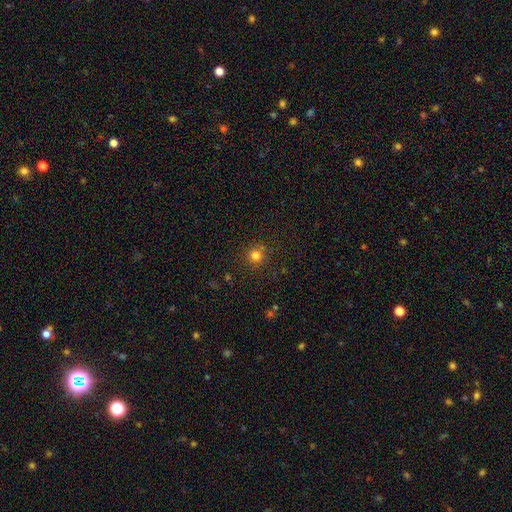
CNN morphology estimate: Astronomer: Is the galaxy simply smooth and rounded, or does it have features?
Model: smooth — 78%.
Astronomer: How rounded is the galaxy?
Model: round — 93%.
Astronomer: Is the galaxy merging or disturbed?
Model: none — 84%.